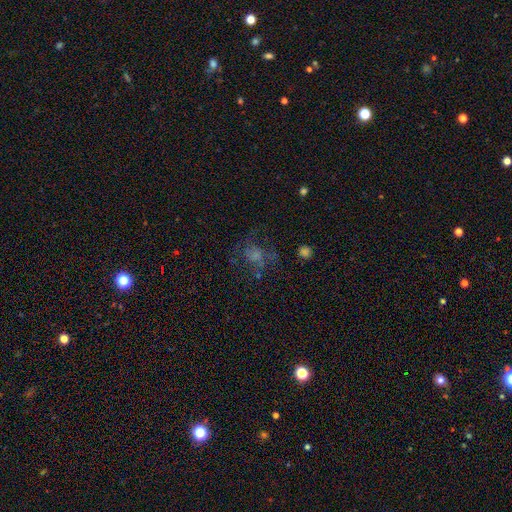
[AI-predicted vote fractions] Smooth or featured: smooth — 42% (featured or disk — 37%)
Merging: none — 48% (major disturbance — 29%)